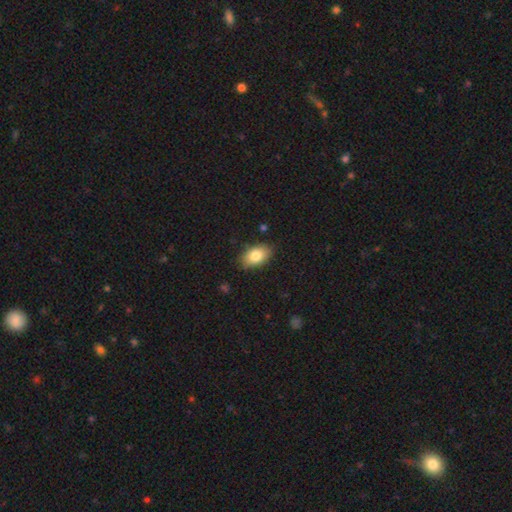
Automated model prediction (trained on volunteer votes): A smooth galaxy with no disk features (82%) that is in between round and cigar-shaped (90%).

Vote fractions:
- Smooth or featured? smooth: 82% / featured or disk: 11% / star or artifact: 7%
- How rounded? in between: 90% / round: 8% / cigar-shaped: 2%
- Merging? none: 84% / minor disturbance: 12% / major disturbance: 2% / merger: 1%